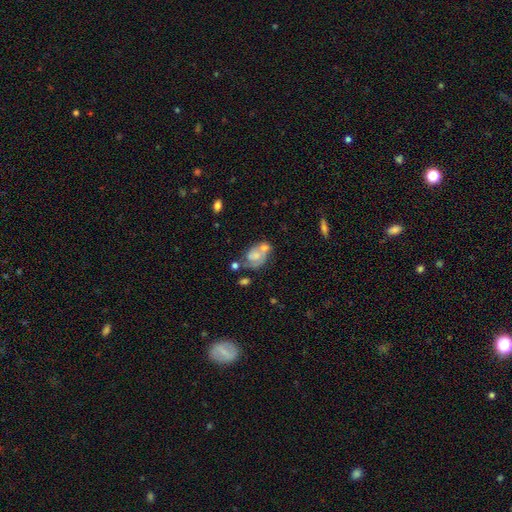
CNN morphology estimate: featured or disk 57%, smooth 35%, star or artifact 8%. Down the decision tree: edge-on disk — no (97%); bar — no (75%); spiral arms — yes (67%); bulge size — small (35%); merging — merger (34%).